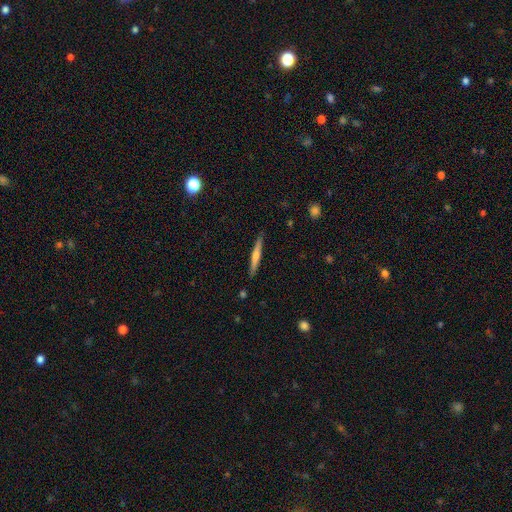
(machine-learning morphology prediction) smooth_or_featured: featured or disk (p=0.49) [alt: smooth p=0.45]
merging: none (p=0.89) [alt: minor disturbance p=0.08]